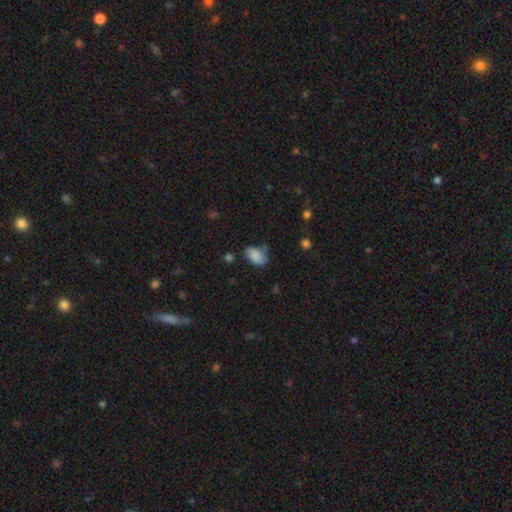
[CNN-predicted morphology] smooth-or-featured: smooth: 81% | featured or disk: 11% | star or artifact: 9%
  how-rounded: in between: 86% | round: 12% | cigar-shaped: 1%
  merging: none: 50% | minor disturbance: 34% | major disturbance: 11% | merger: 4%